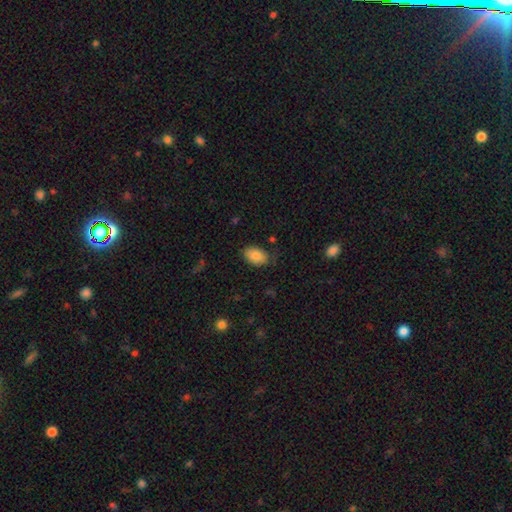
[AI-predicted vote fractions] smooth 85%, featured or disk 8%, star or artifact 7%. Down the decision tree: how rounded — in between (90%); merging — none (76%).